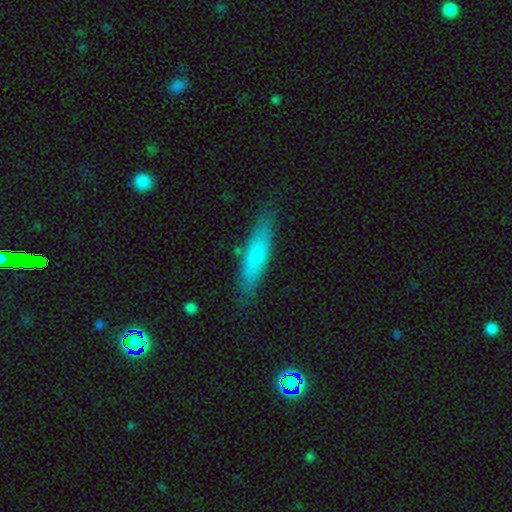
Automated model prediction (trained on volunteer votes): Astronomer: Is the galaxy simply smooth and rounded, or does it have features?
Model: smooth — 75%.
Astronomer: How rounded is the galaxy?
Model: cigar-shaped — 74%.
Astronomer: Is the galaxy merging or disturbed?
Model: none — 81%.